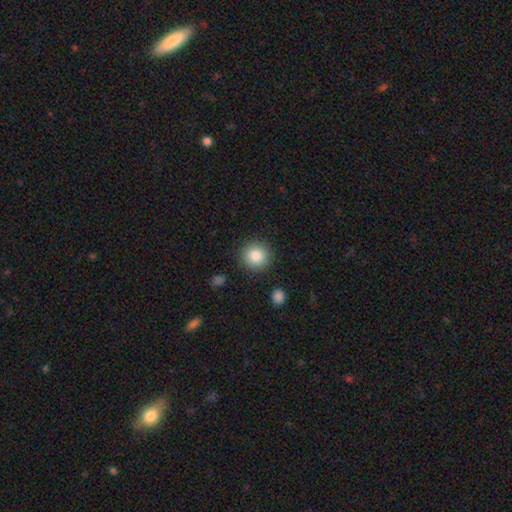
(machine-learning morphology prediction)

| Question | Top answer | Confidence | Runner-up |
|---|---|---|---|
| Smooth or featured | smooth | 86% | star or artifact (8%) |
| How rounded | round | 93% | in between (6%) |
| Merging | none | 89% | minor disturbance (7%) |